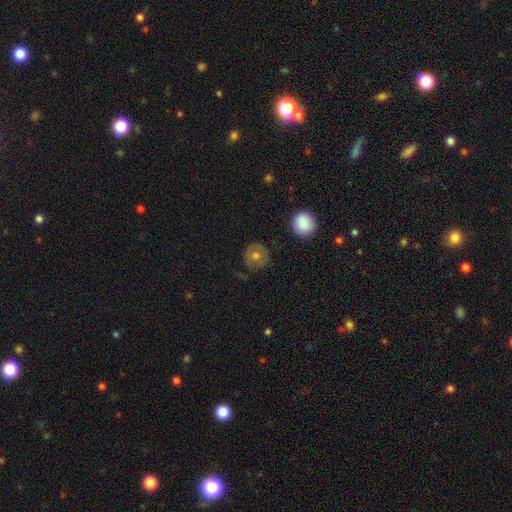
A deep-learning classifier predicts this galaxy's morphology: smooth_or_featured: smooth (p=0.66) [alt: featured or disk p=0.25]
how_rounded: round (p=0.90) [alt: in between p=0.09]
merging: none (p=0.79) [alt: minor disturbance p=0.14]